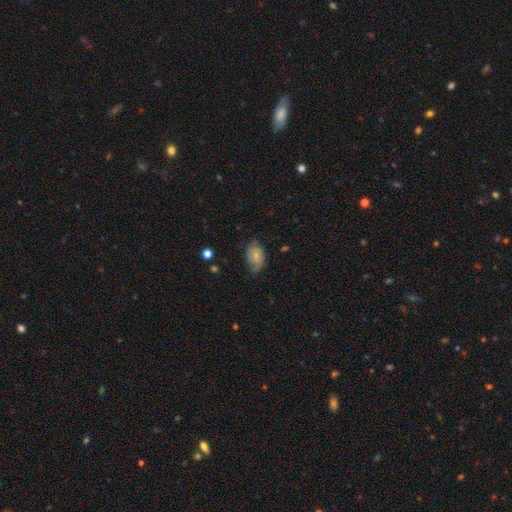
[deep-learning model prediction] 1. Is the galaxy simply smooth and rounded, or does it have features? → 57% smooth, 35% featured or disk, 8% star or artifact.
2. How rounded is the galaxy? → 86% in between, 13% round, 1% cigar-shaped.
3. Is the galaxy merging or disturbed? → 60% none, 29% minor disturbance, 9% major disturbance, 1% merger.